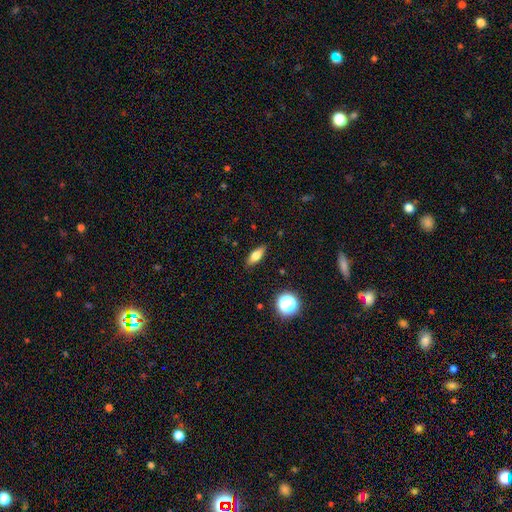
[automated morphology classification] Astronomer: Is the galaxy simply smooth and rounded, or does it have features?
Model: smooth — 68%.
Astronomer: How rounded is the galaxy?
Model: in between — 66%.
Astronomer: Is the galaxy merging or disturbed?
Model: none — 87%.